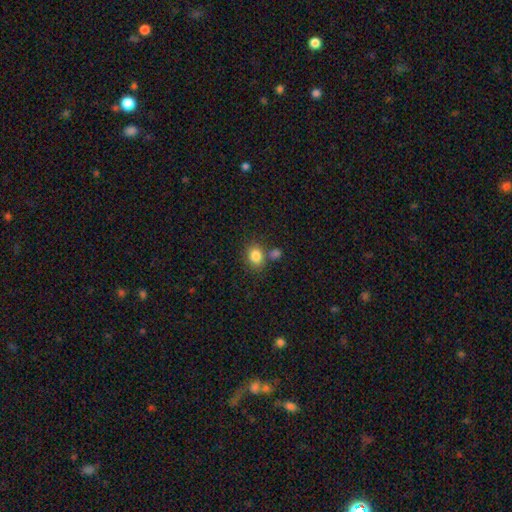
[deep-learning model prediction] Smooth or featured? Predicted: smooth (p=0.84). How rounded? Predicted: round (p=0.62). Merging? Predicted: none (p=0.65).